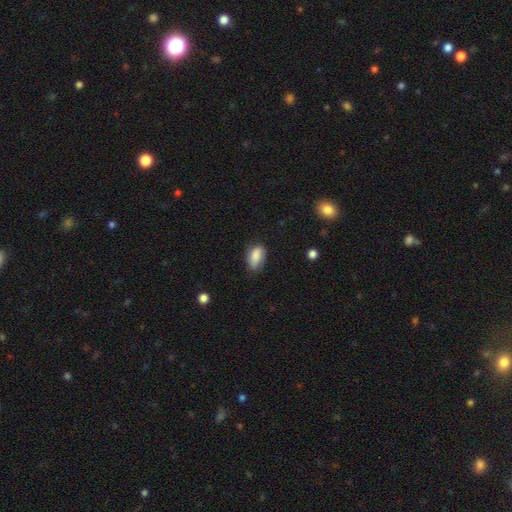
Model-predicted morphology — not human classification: smooth-or-featured: smooth: 84% | featured or disk: 9% | star or artifact: 7%
  how-rounded: in between: 90% | round: 6% | cigar-shaped: 4%
  merging: none: 64% | minor disturbance: 28% | major disturbance: 6% | merger: 2%